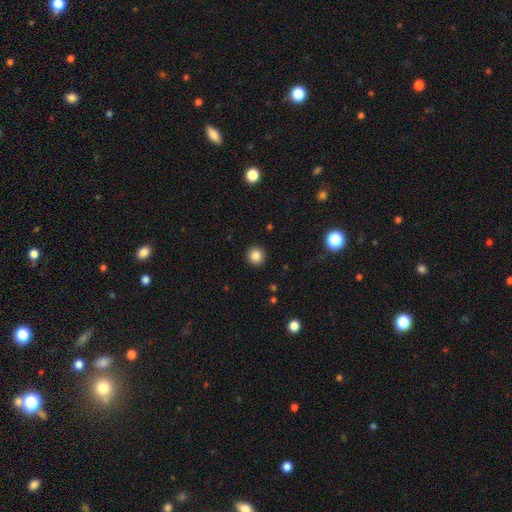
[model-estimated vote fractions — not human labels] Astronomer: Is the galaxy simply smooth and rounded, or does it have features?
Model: smooth — 85%.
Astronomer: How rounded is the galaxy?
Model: round — 94%.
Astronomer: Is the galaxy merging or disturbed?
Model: none — 93%.